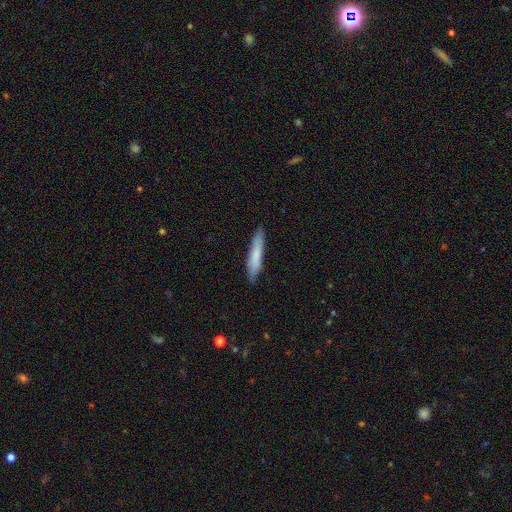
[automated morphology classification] smooth 76%, featured or disk 18%, star or artifact 5%. Down the decision tree: how rounded — cigar-shaped (89%); merging — none (87%).